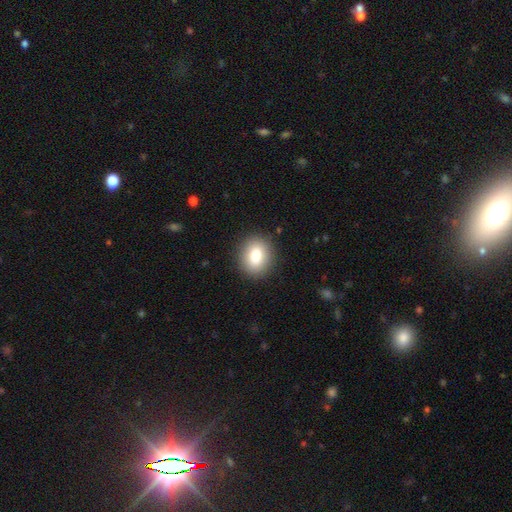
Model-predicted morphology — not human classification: Smooth or featured? smooth (82%)
How rounded? round (55%)
Merging? none (89%)